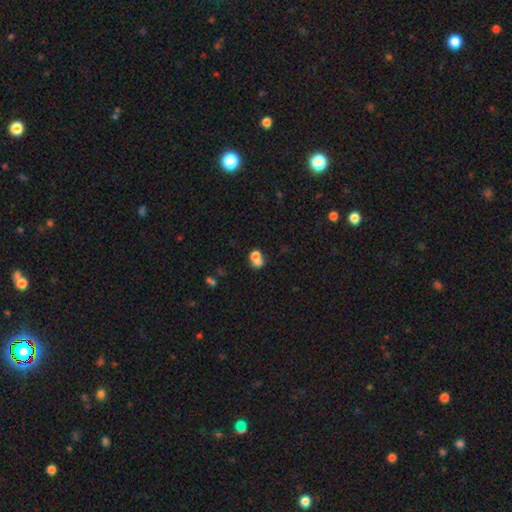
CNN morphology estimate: Smooth or featured: smooth — 70% (featured or disk — 16%)
How rounded: round — 64% (in between — 35%)
Merging: merger — 55% (none — 31%)